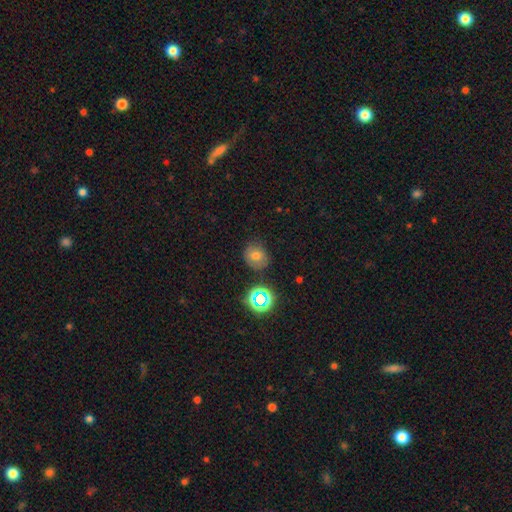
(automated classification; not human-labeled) Q: Smooth or featured?
A: smooth (68%); runner-up: star or artifact (20%)
Q: How rounded?
A: round (75%); runner-up: in between (24%)
Q: Merging?
A: none (79%); runner-up: minor disturbance (14%)